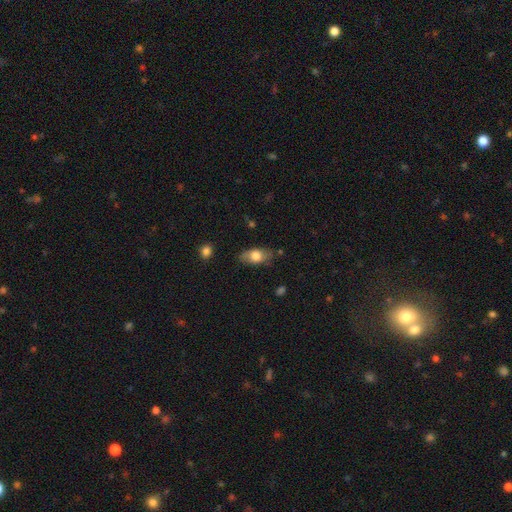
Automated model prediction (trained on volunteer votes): Overall: smooth (72%). How rounded: in between (87%). Merging: none (74%).